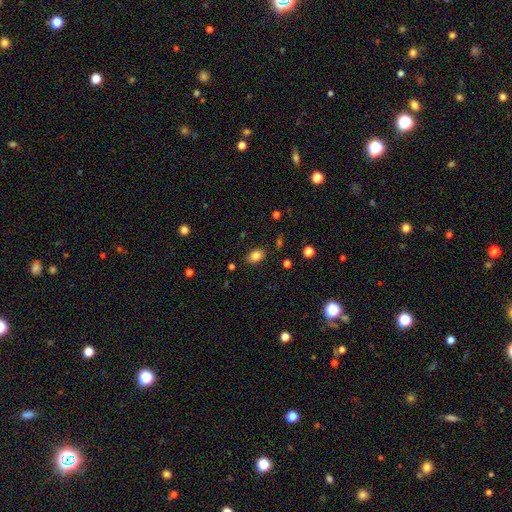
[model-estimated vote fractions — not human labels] smooth-or-featured: smooth: 81% | star or artifact: 10% | featured or disk: 9%
  how-rounded: in between: 83% | round: 15% | cigar-shaped: 2%
  merging: none: 85% | minor disturbance: 11% | major disturbance: 3% | merger: 2%